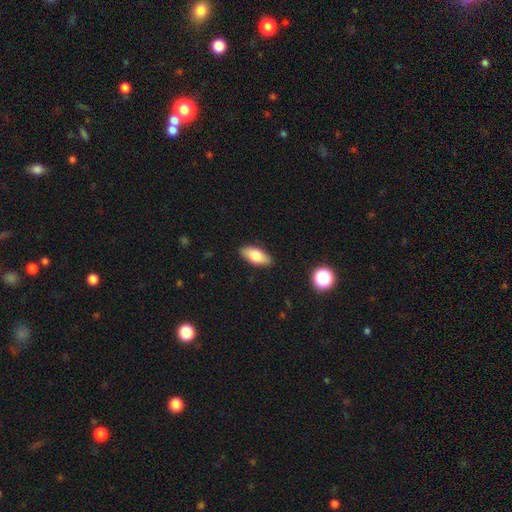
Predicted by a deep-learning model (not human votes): The model was most divided on "smooth or featured": smooth: 79%, featured or disk: 14%, star or artifact: 7%. More confident: merging — none (87%); how rounded — in between (87%).